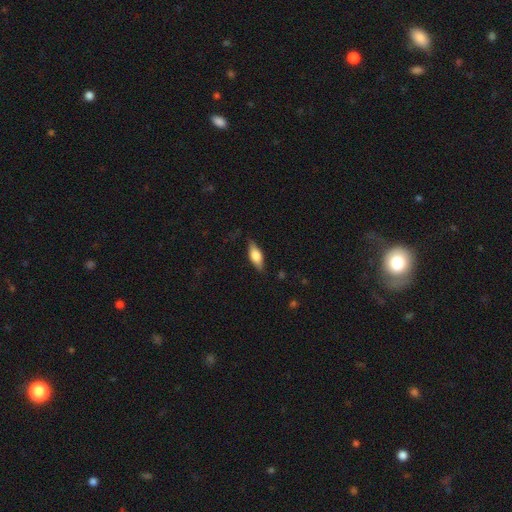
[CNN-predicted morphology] type=smooth (59%); roundness=in between (71%); merging=none (79%).